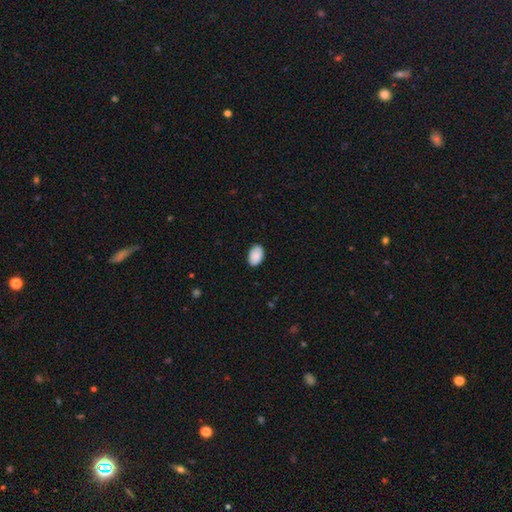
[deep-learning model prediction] Smooth or featured? Predicted: smooth (p=0.90). How rounded? Predicted: in between (p=0.89). Merging? Predicted: none (p=0.85).